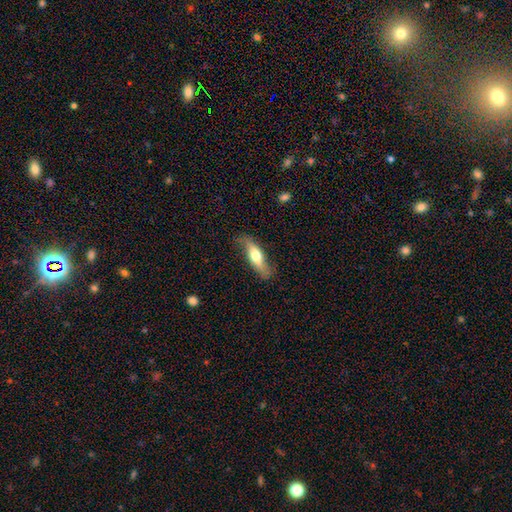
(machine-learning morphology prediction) The model was most divided on "smooth or featured": featured or disk: 51%, smooth: 44%, star or artifact: 5%. More confident: merging — none (73%); edge-on disk — yes (56%).